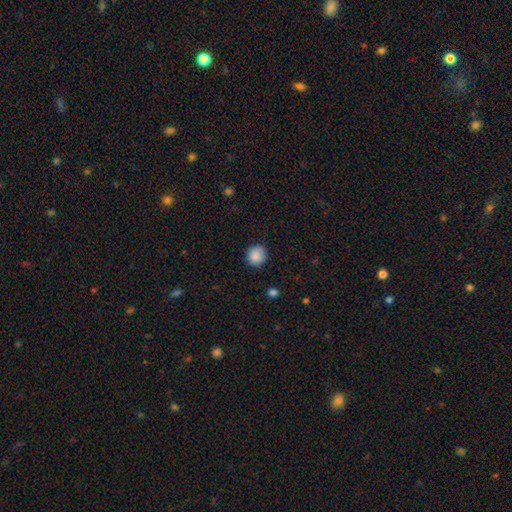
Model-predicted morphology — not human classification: A smooth galaxy with no disk features (87%) that is round (90%).

Vote fractions:
- Smooth or featured? smooth: 87% / star or artifact: 9% / featured or disk: 4%
- How rounded? round: 90% / in between: 9% / cigar-shaped: 1%
- Merging? none: 86% / minor disturbance: 11% / major disturbance: 2% / merger: 1%